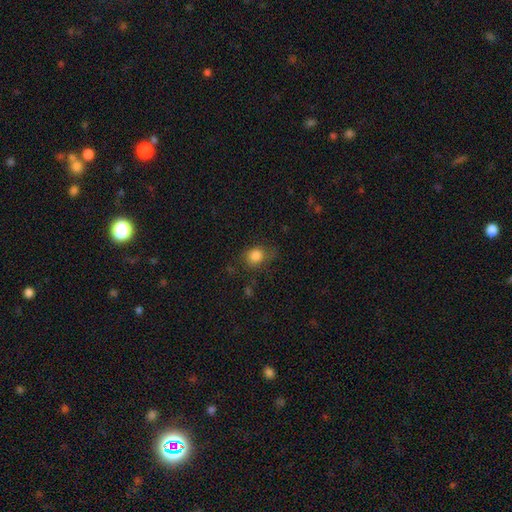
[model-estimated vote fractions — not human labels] A smooth galaxy with no disk features (83%) that is round (62%).

Vote fractions:
- Smooth or featured? smooth: 83% / star or artifact: 10% / featured or disk: 7%
- How rounded? round: 62% / in between: 36% / cigar-shaped: 1%
- Merging? none: 63% / minor disturbance: 25% / major disturbance: 10% / merger: 2%